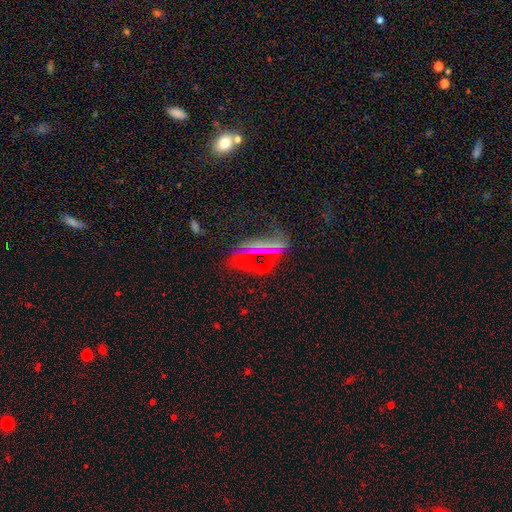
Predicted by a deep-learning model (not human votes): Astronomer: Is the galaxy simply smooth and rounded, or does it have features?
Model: featured or disk — 48% (runner-up: star or artifact, 28%).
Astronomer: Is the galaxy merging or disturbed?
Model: none — 35% (runner-up: major disturbance, 32%).